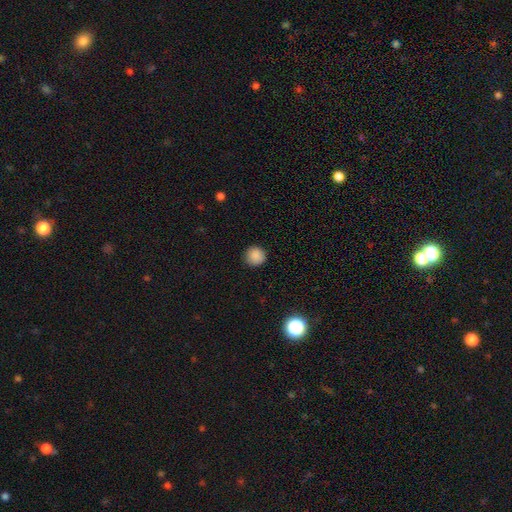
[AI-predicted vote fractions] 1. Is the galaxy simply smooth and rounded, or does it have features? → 86% smooth, 11% star or artifact, 3% featured or disk.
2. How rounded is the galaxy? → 95% round, 5% in between, 1% cigar-shaped.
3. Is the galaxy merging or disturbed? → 91% none, 6% minor disturbance, 2% major disturbance, 1% merger.